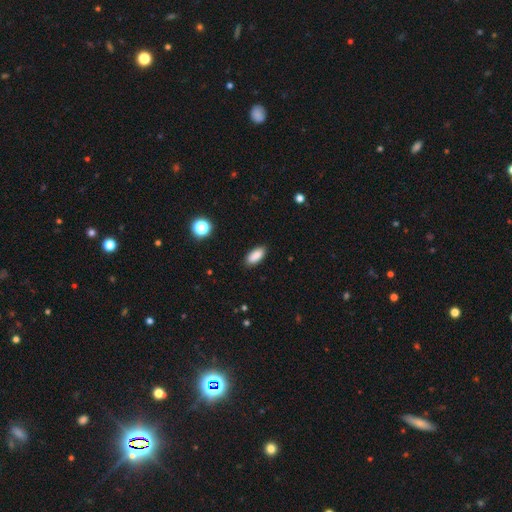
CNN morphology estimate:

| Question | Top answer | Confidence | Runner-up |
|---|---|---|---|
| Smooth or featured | smooth | 88% | star or artifact (8%) |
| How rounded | in between | 88% | cigar-shaped (10%) |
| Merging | none | 88% | minor disturbance (9%) |